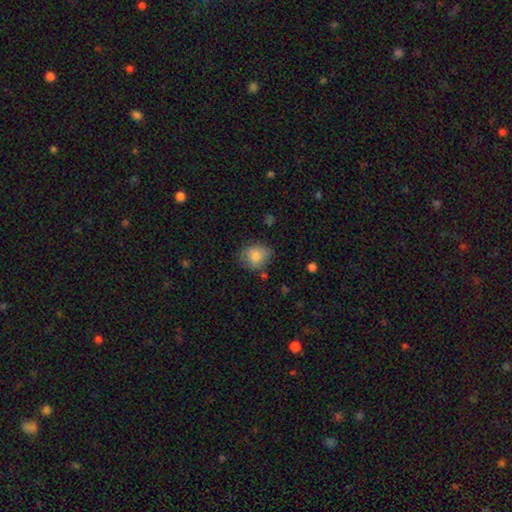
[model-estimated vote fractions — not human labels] Smooth or featured? smooth (82%)
How rounded? round (65%)
Merging? none (65%)